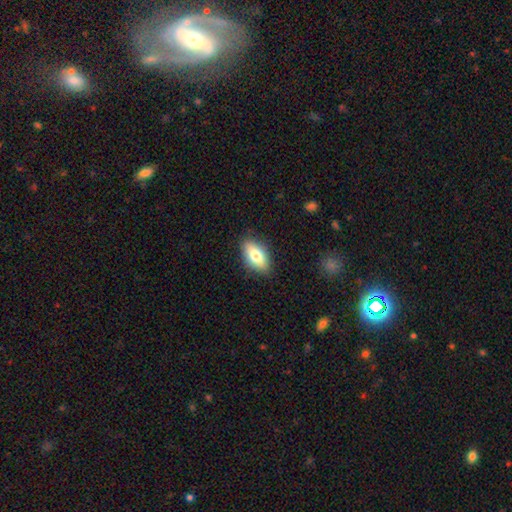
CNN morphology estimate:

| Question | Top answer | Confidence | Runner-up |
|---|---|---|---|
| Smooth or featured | smooth | 75% | featured or disk (17%) |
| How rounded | in between | 90% | cigar-shaped (5%) |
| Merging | none | 86% | minor disturbance (10%) |